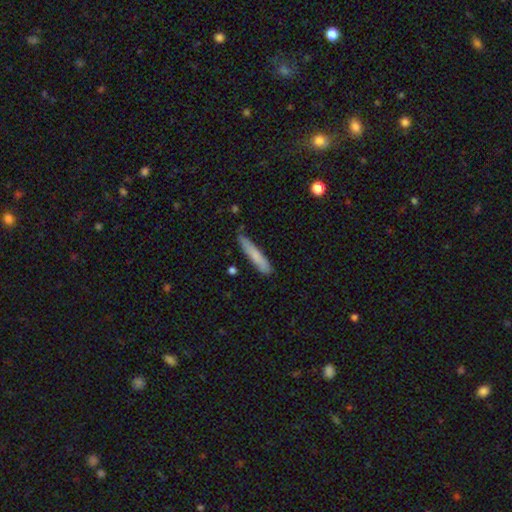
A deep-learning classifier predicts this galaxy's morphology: smooth 76%, featured or disk 18%, star or artifact 6%. Down the decision tree: how rounded — cigar-shaped (91%); merging — none (74%).